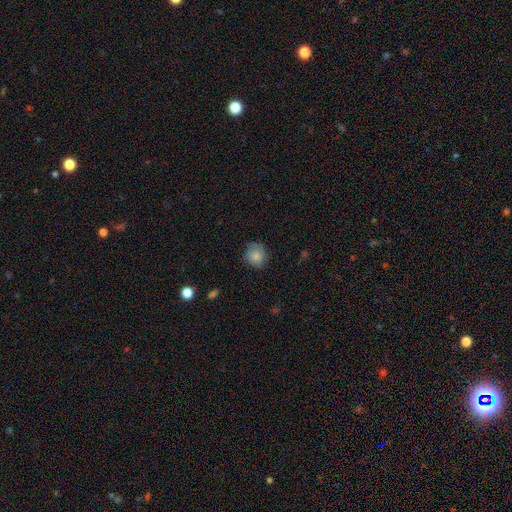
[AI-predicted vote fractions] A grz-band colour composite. It shows a smooth galaxy with no disk features (82%) that is round (80%). Merging: none (74%).